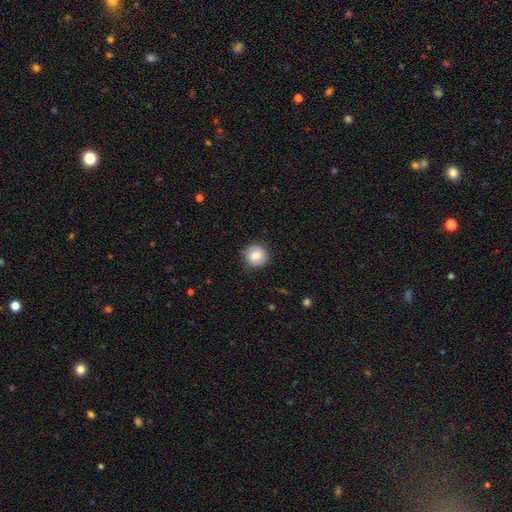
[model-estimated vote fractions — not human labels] This appears to be a smooth galaxy with no disk features (76%) that is round (89%). Merging: none (85%).